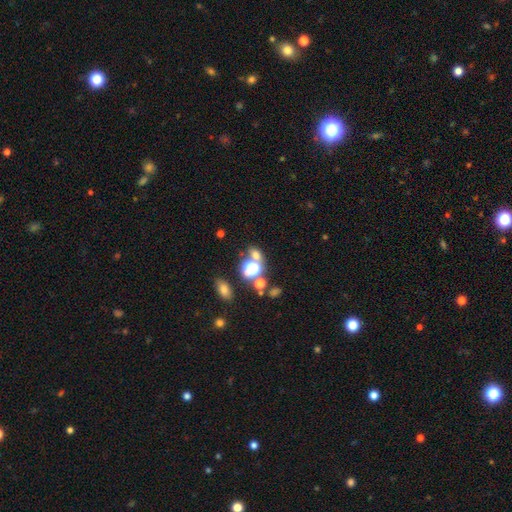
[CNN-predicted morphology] smooth_or_featured: smooth (p=0.57) [alt: star or artifact p=0.33]
how_rounded: round (p=0.56) [alt: in between p=0.41]
merging: none (p=0.54) [alt: merger p=0.30]